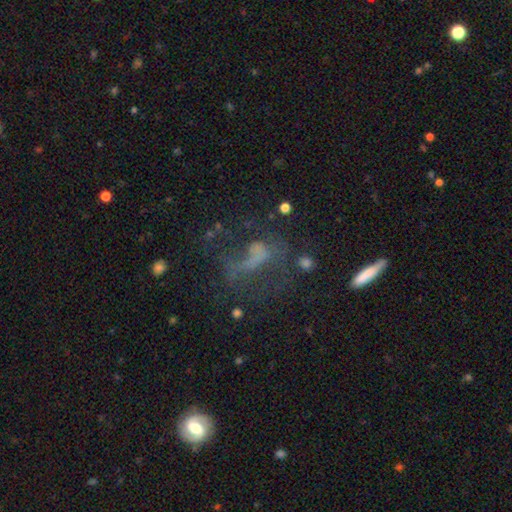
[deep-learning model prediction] This appears to be a featured or disk galaxy (46%). Merging: none (45%).